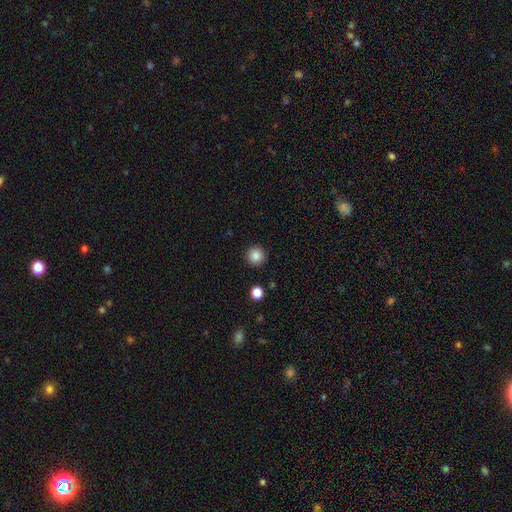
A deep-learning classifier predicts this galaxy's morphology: Smooth or featured: smooth — 86% (star or artifact — 10%)
How rounded: round — 95% (in between — 4%)
Merging: none — 92% (minor disturbance — 5%)